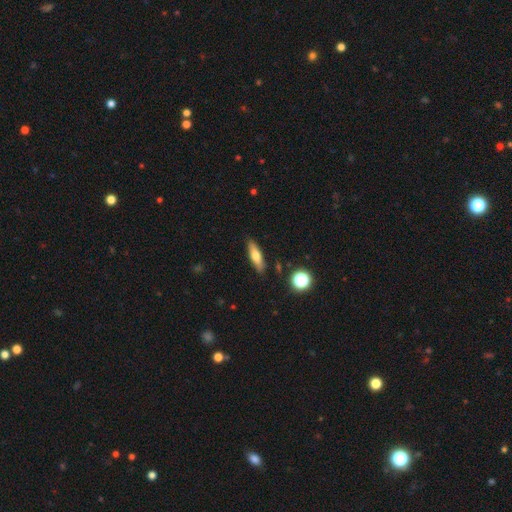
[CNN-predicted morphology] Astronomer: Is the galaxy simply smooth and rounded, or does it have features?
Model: smooth — 66%.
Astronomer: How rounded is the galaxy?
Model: cigar-shaped — 60% (runner-up: in between, 37%).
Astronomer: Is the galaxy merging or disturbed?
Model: none — 85%.